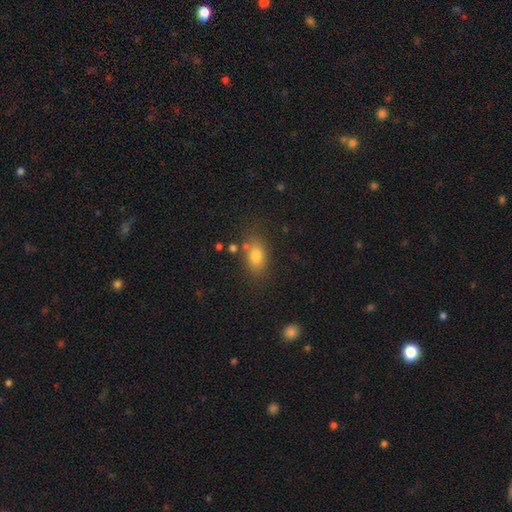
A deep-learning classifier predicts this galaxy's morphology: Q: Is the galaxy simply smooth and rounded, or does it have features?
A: smooth — 78%.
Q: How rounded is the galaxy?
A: in between — 78%.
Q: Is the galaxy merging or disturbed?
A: none — 74%.